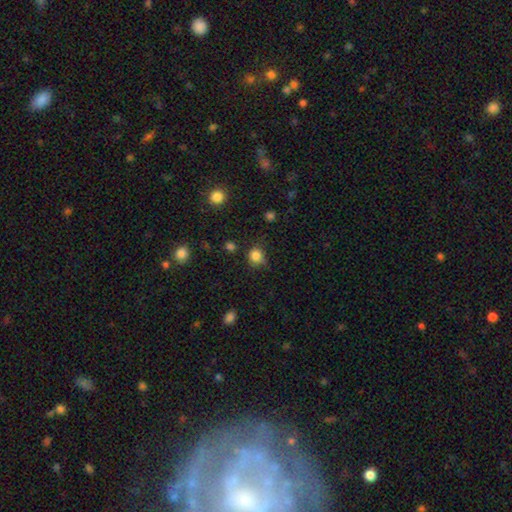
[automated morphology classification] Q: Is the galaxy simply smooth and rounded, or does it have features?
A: smooth — 82%.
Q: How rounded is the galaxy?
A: round — 83%.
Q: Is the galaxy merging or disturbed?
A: none — 68%.